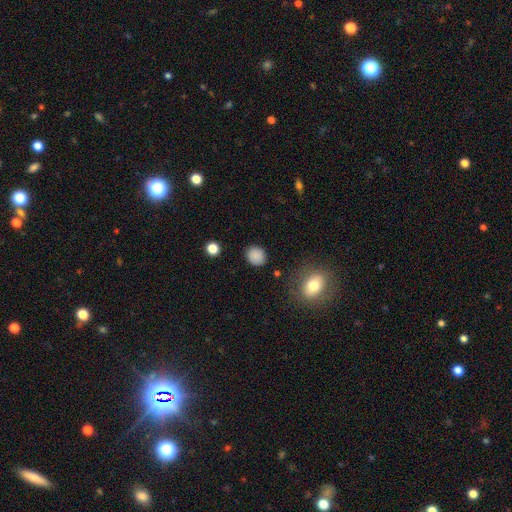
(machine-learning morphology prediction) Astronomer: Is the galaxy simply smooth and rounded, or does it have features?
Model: smooth — 86%.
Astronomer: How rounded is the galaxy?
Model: round — 69%.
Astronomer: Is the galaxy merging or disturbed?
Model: none — 85%.